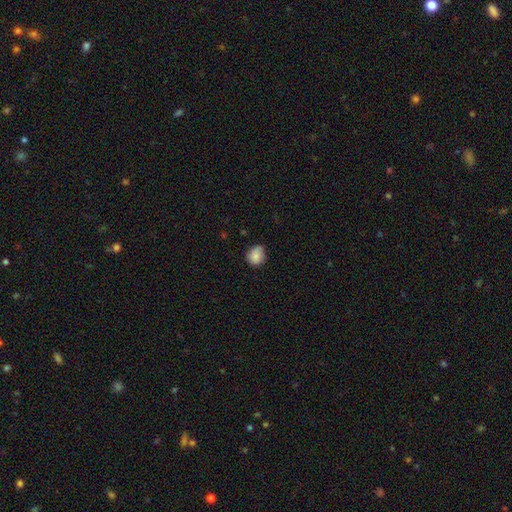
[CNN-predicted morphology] Smooth or featured? smooth (84%)
How rounded? round (72%)
Merging? none (67%)